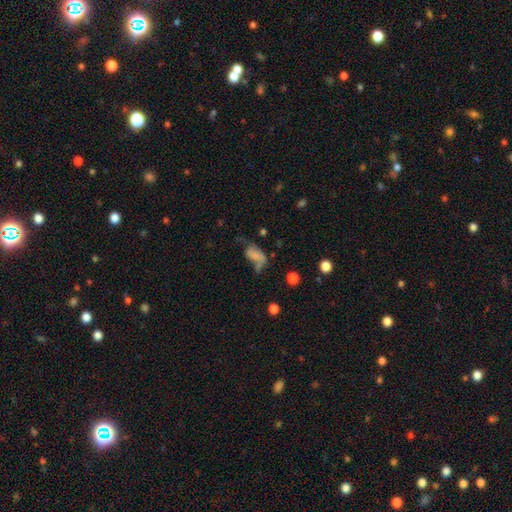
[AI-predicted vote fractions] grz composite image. It shows a smooth galaxy with no disk features (63%) that is in between round and cigar-shaped (90%). Merging: major disturbance (36%).